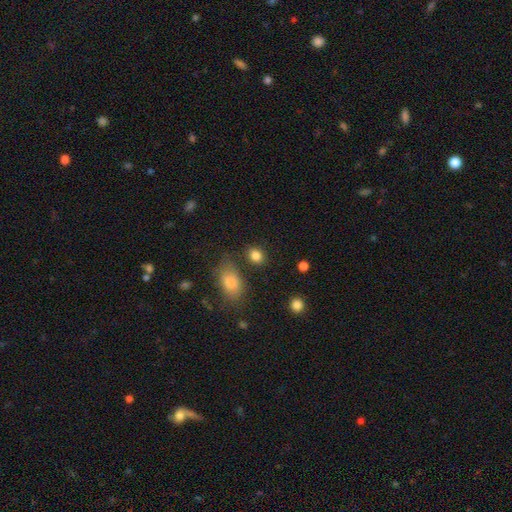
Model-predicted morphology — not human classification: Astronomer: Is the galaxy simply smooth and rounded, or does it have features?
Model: smooth — 85%.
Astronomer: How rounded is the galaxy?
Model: round — 50% (runner-up: in between, 48%).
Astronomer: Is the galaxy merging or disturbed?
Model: none — 78%.